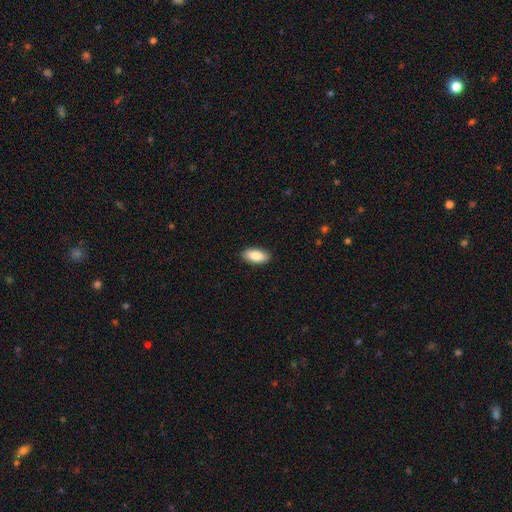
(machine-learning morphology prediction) This appears to be a smooth galaxy with no disk features (86%) that is in between round and cigar-shaped (91%). Merging: none (89%).